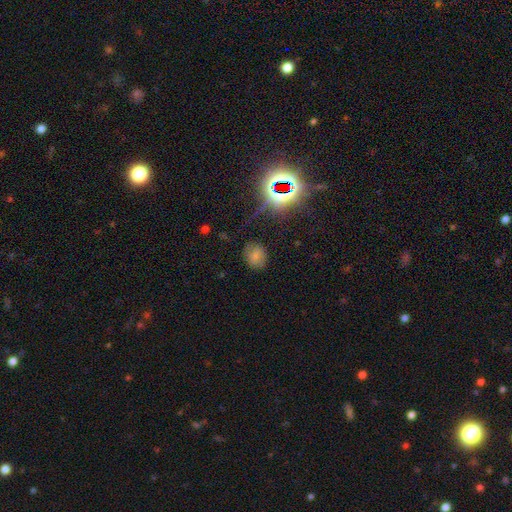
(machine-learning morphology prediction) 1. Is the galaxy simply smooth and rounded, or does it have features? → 65% smooth, 22% star or artifact, 13% featured or disk.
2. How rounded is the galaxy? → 57% round, 42% in between, 1% cigar-shaped.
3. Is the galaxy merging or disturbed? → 78% none, 15% minor disturbance, 5% major disturbance, 2% merger.